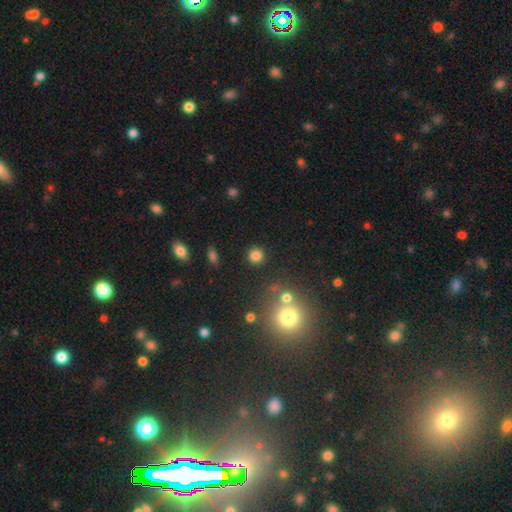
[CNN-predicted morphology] smooth_or_featured: smooth (p=0.81) [alt: star or artifact p=0.14]
how_rounded: round (p=0.90) [alt: in between p=0.09]
merging: none (p=0.87) [alt: minor disturbance p=0.07]